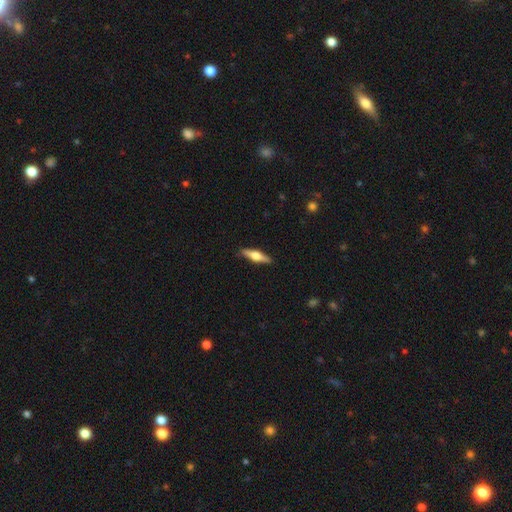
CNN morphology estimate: Smooth or featured: featured or disk — 60% (smooth — 34%)
Edge-on disk: yes — 96% (no — 4%)
Edge-on bulge: rounded — 93% (boxy — 5%)
Merging: none — 90% (minor disturbance — 7%)